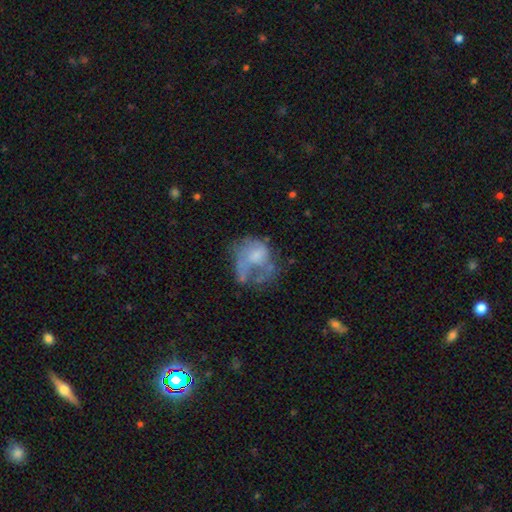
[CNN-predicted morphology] smooth-or-featured: featured or disk: 48% | smooth: 42% | star or artifact: 11%
  merging: major disturbance: 48% | none: 22% | minor disturbance: 19% | merger: 12%